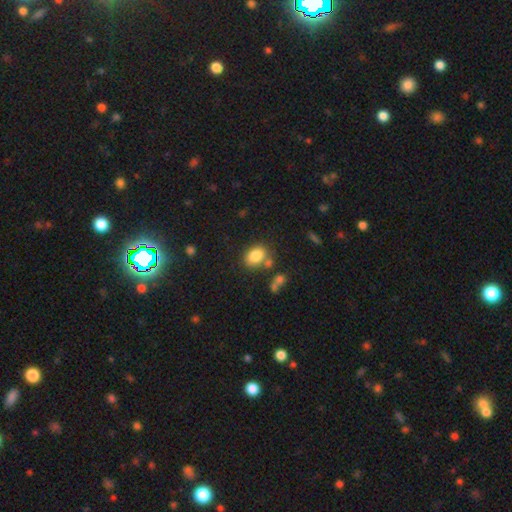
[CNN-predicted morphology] A smooth galaxy with no disk features (83%) that is in between round and cigar-shaped (67%). Merging: none (66%).